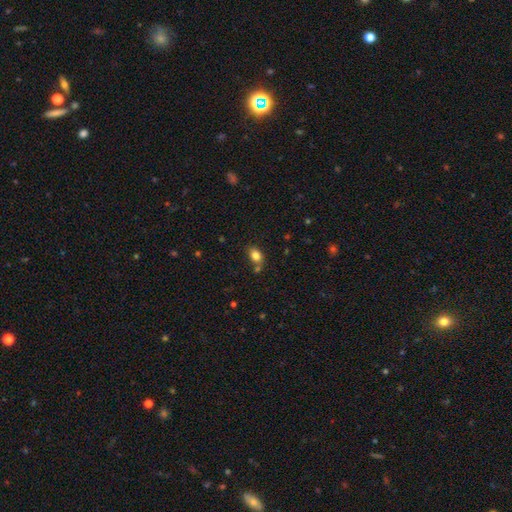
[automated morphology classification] Overall: smooth (83%). How rounded: in between (78%). Merging: none (67%).